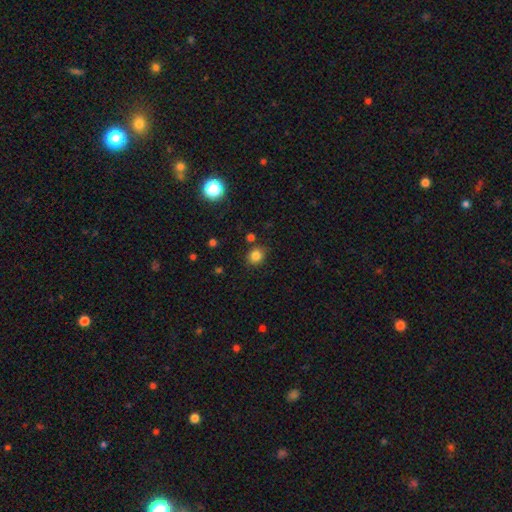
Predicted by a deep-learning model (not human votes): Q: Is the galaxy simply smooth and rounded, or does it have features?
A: smooth — 83%.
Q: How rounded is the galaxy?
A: round — 81%.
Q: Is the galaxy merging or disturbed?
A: none — 83%.